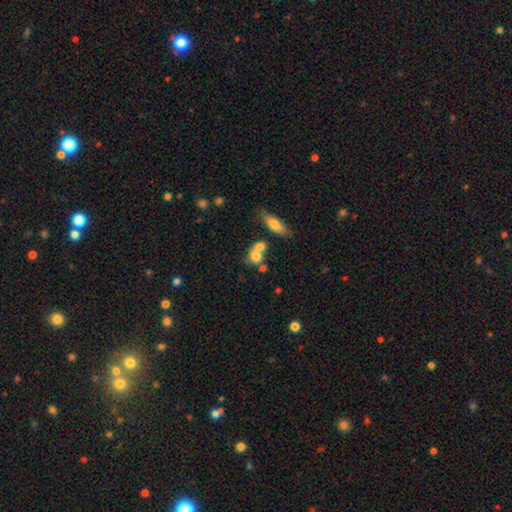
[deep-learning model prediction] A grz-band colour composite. It shows a smooth galaxy with no disk features (73%) that is round (58%). Merging: merger (58%).